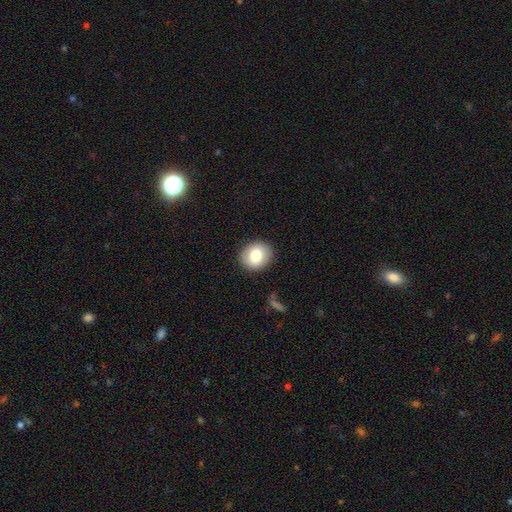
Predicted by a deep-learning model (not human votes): Overall: smooth (78%). How rounded: round (62%; in between 37%). Merging: none (88%).